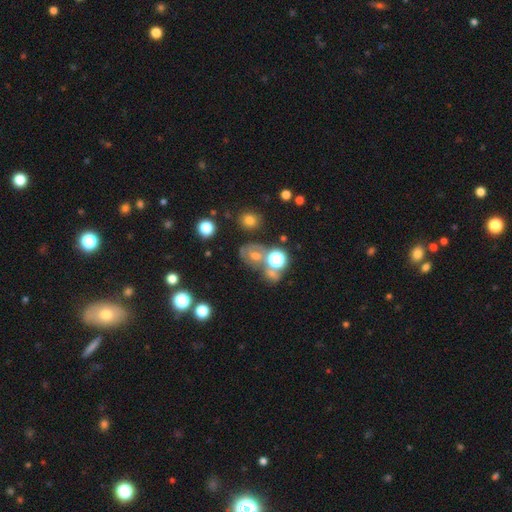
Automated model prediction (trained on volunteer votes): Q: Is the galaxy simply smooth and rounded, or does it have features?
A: smooth — 36%.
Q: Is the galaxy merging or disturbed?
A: none — 48%.